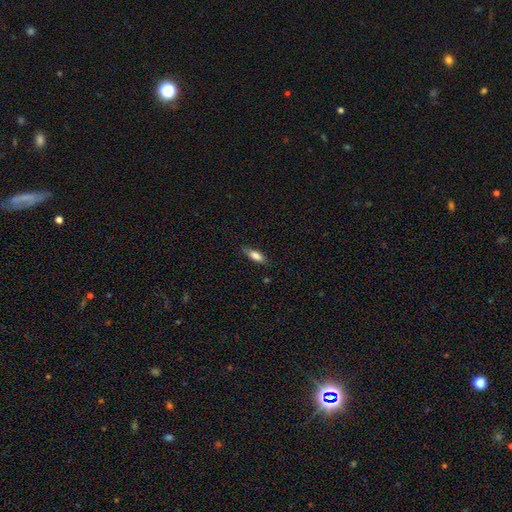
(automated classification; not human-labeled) smooth-or-featured: smooth: 82% | featured or disk: 11% | star or artifact: 7%
  how-rounded: in between: 68% | cigar-shaped: 30% | round: 2%
  merging: none: 75% | minor disturbance: 19% | major disturbance: 4% | merger: 1%